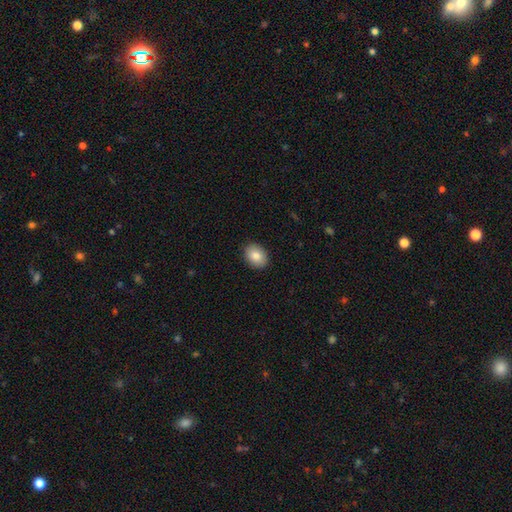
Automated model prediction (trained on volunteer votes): Morphology: type=smooth (85%); roundness=in between (66%); merging=none (90%).